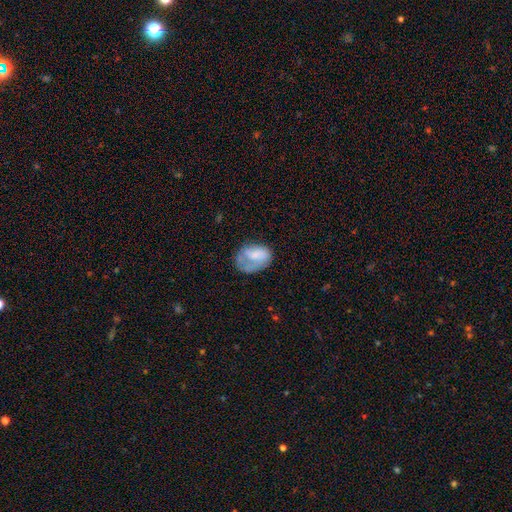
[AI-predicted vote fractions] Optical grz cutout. It shows a smooth galaxy with no disk features (58%) that is in between round and cigar-shaped (73%). Merging: none (40%).